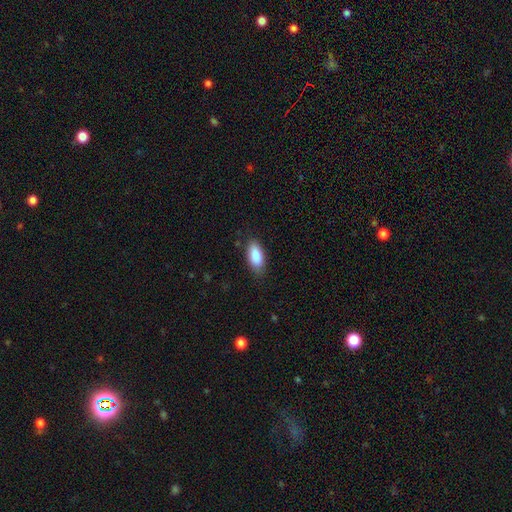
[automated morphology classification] Smooth or featured? smooth (89%)
How rounded? in between (88%)
Merging? none (82%)